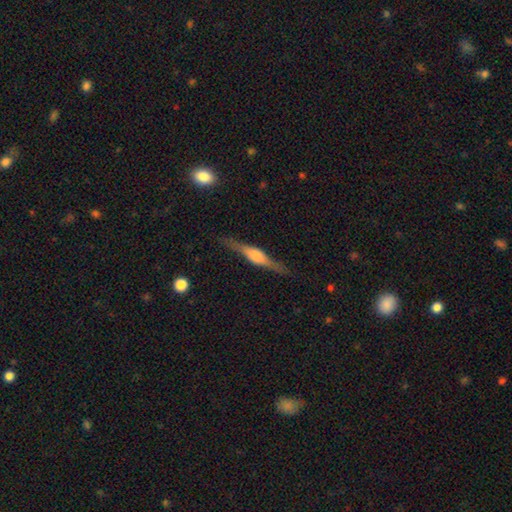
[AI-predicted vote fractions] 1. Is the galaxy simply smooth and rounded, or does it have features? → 74% featured or disk, 20% smooth, 6% star or artifact.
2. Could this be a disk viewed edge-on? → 97% yes, 3% no.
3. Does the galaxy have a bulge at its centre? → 76% rounded, 20% boxy, 4% none.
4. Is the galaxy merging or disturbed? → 86% none, 10% minor disturbance, 3% major disturbance, 1% merger.